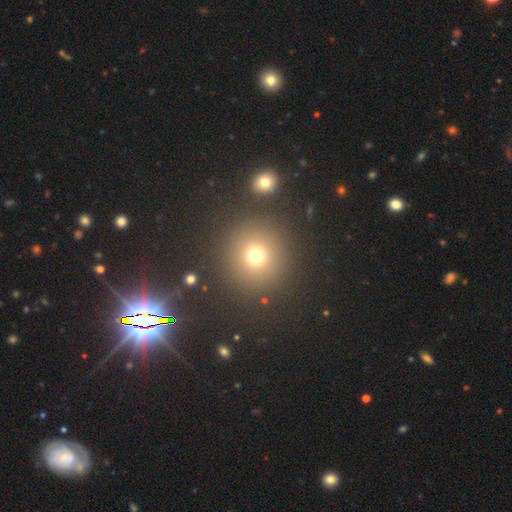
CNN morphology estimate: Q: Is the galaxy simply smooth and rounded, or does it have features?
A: smooth — 73%.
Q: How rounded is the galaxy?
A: round — 93%.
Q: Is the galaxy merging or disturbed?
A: none — 85%.